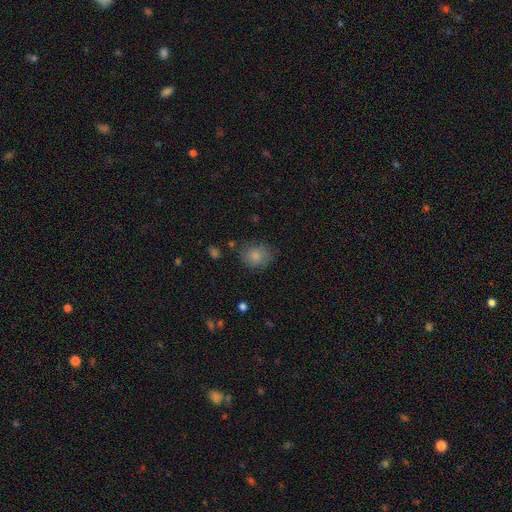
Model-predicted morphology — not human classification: Smooth or featured? smooth (82%)
How rounded? round (62%)
Merging? none (72%)